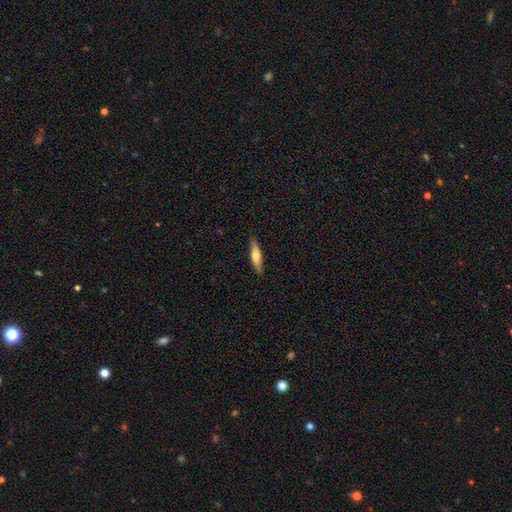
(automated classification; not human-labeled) smooth_or_featured: smooth (p=0.61) [alt: featured or disk p=0.34]
how_rounded: cigar-shaped (p=0.74) [alt: in between p=0.24]
merging: none (p=0.87) [alt: minor disturbance p=0.10]